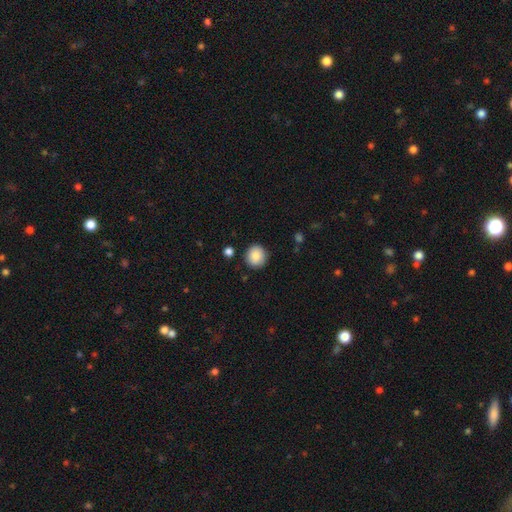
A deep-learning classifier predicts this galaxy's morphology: Smooth or featured?
  - smooth: 88% *
  - star or artifact: 8%
  - featured or disk: 4%
How rounded?
  - round: 89% *
  - in between: 10%
  - cigar-shaped: 1%
Merging?
  - none: 88% *
  - minor disturbance: 8%
  - major disturbance: 2%
  - merger: 2%